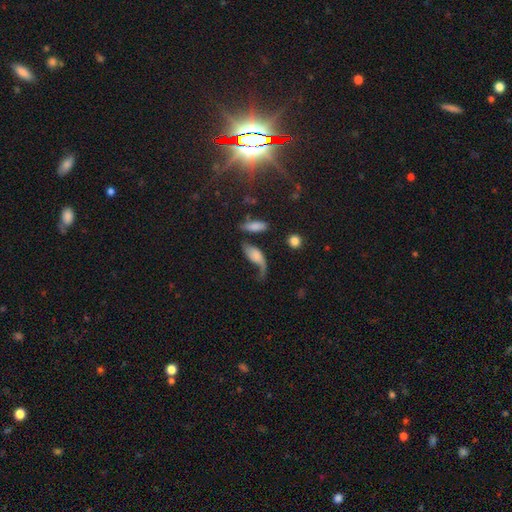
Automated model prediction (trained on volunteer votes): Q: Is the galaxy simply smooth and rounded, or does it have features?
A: smooth — 49%.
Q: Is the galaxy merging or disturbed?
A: major disturbance — 40%.